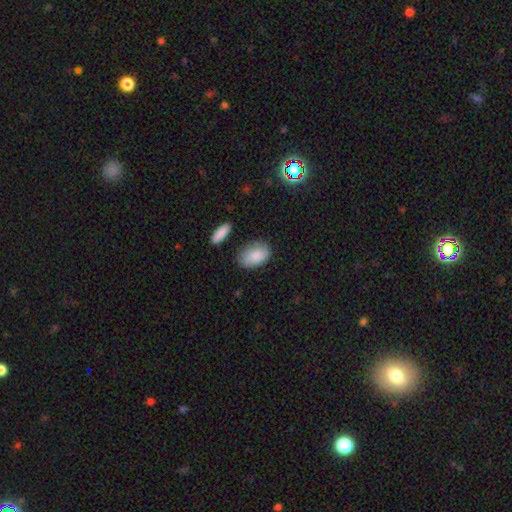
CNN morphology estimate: smooth_or_featured: smooth (p=0.85) [alt: featured or disk p=0.09]
how_rounded: in between (p=0.88) [alt: round p=0.10]
merging: none (p=0.74) [alt: minor disturbance p=0.18]